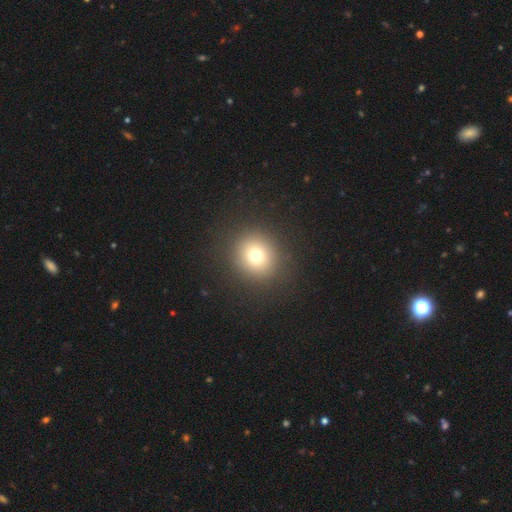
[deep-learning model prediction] The model was most divided on "smooth or featured": smooth: 73%, star or artifact: 16%, featured or disk: 11%. More confident: merging — none (90%); how rounded — round (89%).